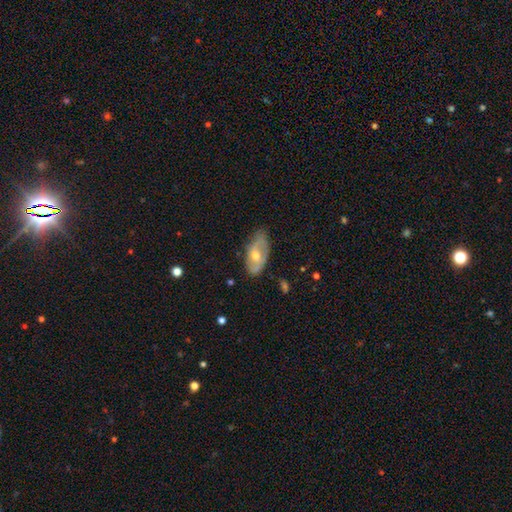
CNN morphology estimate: The model was most divided on "spiral arms": yes: 58%, no: 42%. More confident: edge-on disk — no (88%); merging — none (68%); bulge size — moderate (63%); bar — no (60%); smooth or featured — featured or disk (60%).